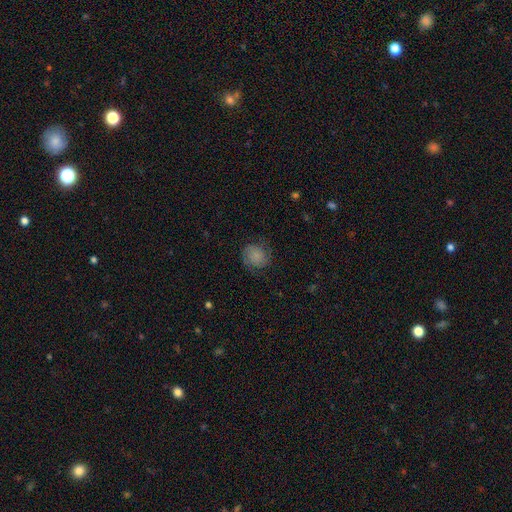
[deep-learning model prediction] smooth 67%, featured or disk 24%, star or artifact 9%. Down the decision tree: how rounded — round (80%); merging — none (73%).